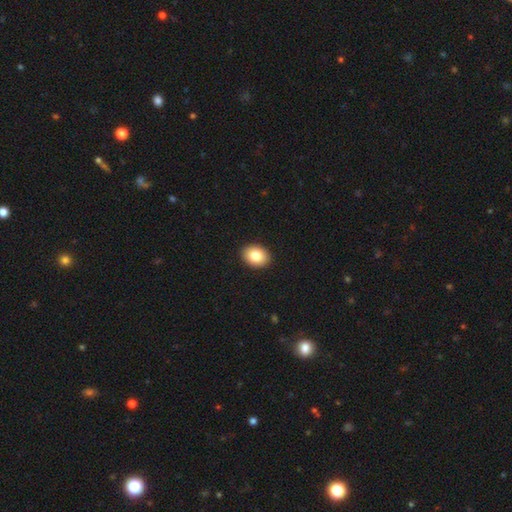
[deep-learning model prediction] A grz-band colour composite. It shows a smooth galaxy with no disk features (84%) that is in between round and cigar-shaped (65%). Merging: none (92%).